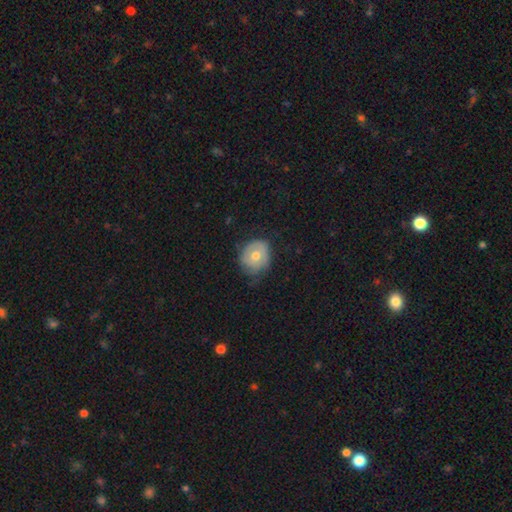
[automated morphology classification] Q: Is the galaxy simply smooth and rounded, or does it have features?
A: smooth — 50%.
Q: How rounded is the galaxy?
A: round — 72%.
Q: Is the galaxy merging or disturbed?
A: none — 59%.